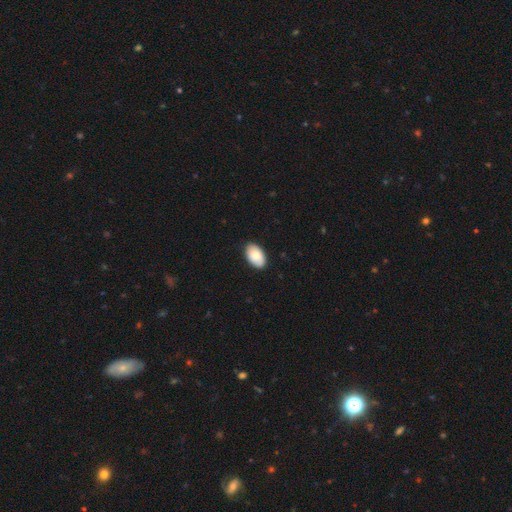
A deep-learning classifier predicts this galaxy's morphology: A smooth galaxy with no disk features (83%) that is in between round and cigar-shaped (94%).

Vote fractions:
- Smooth or featured? smooth: 83% / featured or disk: 11% / star or artifact: 6%
- How rounded? in between: 94% / round: 4% / cigar-shaped: 1%
- Merging? none: 87% / minor disturbance: 10% / major disturbance: 2% / merger: 1%